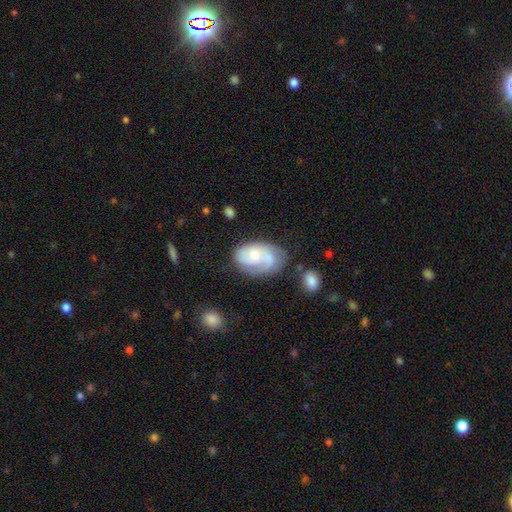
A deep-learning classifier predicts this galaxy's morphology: smooth-or-featured: featured or disk: 65% | smooth: 28% | star or artifact: 6%
  disk-edge-on: no: 97% | yes: 3%
    bar: no: 70% | weak: 26% | strong: 4%
    has-spiral-arms: yes: 87% | no: 13%
      spiral-winding: tight: 43% | medium: 39% | loose: 18%
      spiral-arm-count: 2: 43% | 1: 28% | can't tell: 19% | 3: 6% | 4: 2% | more than 4: 2%
    bulge-size: small: 46% | moderate: 39% | none: 8% | large: 6% | dominant: 2%
  merging: none: 47% | minor disturbance: 25% | major disturbance: 16% | merger: 13%